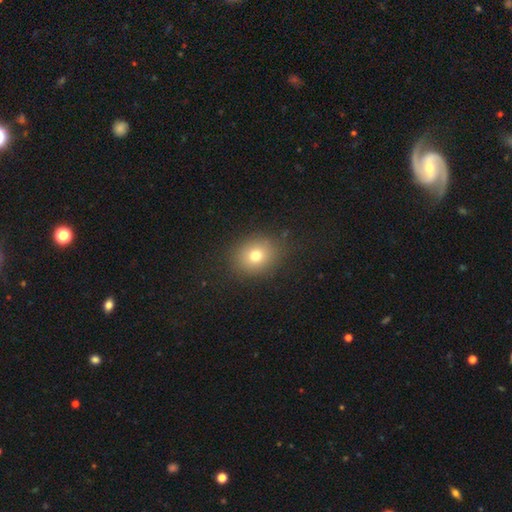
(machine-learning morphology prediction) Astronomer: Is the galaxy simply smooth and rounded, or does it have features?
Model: smooth — 76%.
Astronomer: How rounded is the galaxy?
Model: round — 65%.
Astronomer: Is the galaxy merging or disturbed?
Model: none — 85%.